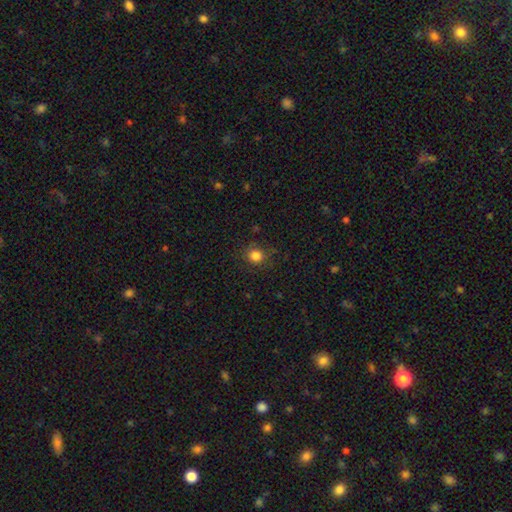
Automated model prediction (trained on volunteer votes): smooth 83%, star or artifact 12%, featured or disk 5%. Down the decision tree: how rounded — round (83%); merging — none (82%).